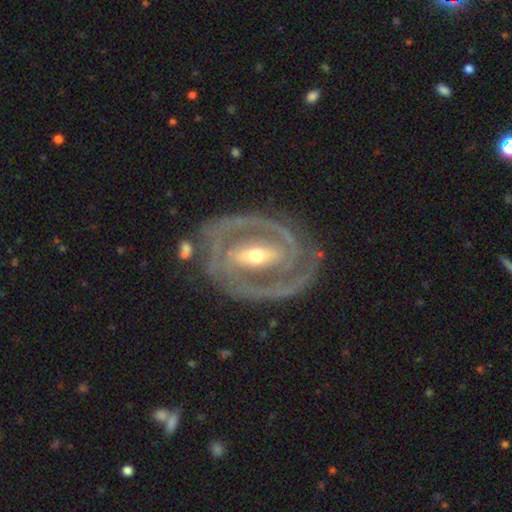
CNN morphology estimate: Q: Smooth or featured?
A: featured or disk (90%); runner-up: smooth (6%)
Q: Edge-on disk?
A: no (96%); runner-up: yes (4%)
Q: Bar?
A: strong (59%); runner-up: weak (28%)
Q: Spiral arms?
A: yes (93%); runner-up: no (7%)
Q: Spiral winding?
A: tight (66%); runner-up: medium (28%)
Q: Spiral arm count?
A: 2 (78%); runner-up: can't tell (8%)
Q: Bulge size?
A: moderate (55%); runner-up: small (40%)
Q: Merging?
A: none (76%); runner-up: minor disturbance (15%)